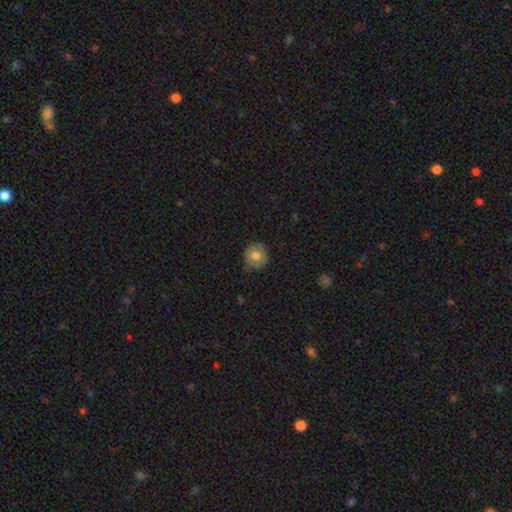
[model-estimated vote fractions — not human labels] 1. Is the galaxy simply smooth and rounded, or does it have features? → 68% smooth, 24% featured or disk, 8% star or artifact.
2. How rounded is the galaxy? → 88% round, 11% in between, 1% cigar-shaped.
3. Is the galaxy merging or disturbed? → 79% none, 17% minor disturbance, 3% major disturbance, 1% merger.